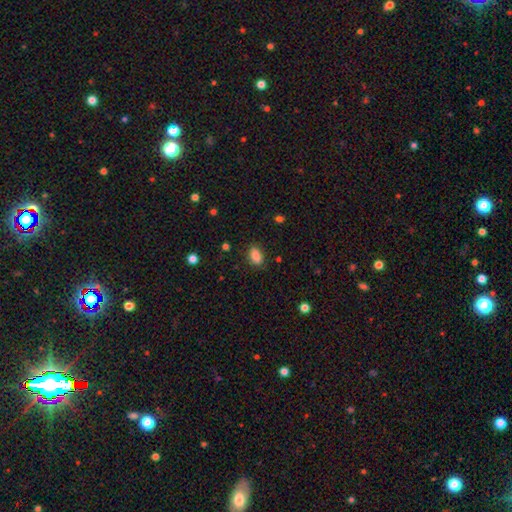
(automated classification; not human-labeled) Morphology: type=smooth (86%); roundness=in between (88%); merging=none (82%).